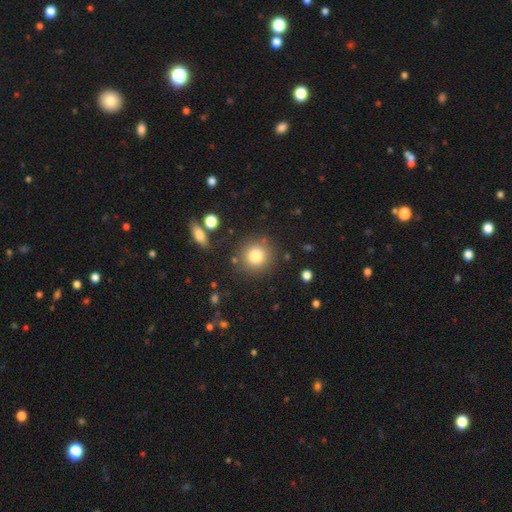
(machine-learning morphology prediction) Smooth or featured? smooth (81%)
How rounded? round (92%)
Merging? none (84%)